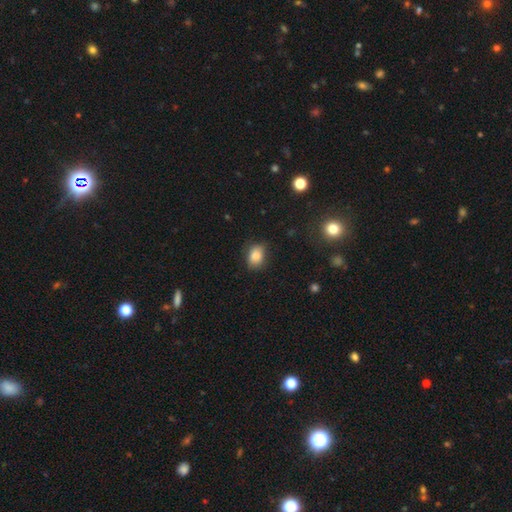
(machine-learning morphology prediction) This appears to be a smooth galaxy with no disk features (85%) that is in between round and cigar-shaped (65%). Merging: none (72%).